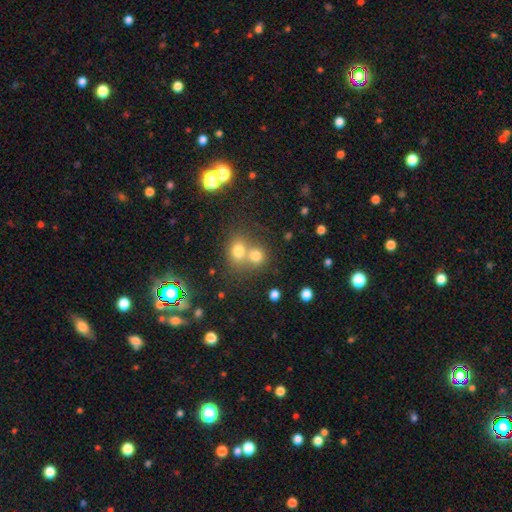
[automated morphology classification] A smooth galaxy with no disk features (73%) that is round (74%). Merging: merger (56%).